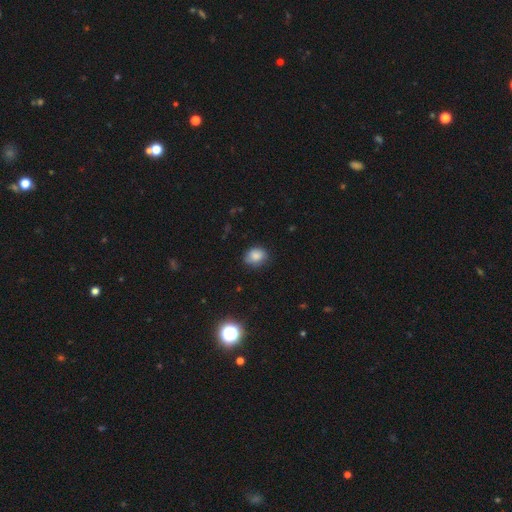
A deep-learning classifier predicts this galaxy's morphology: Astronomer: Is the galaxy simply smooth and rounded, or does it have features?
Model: smooth — 84%.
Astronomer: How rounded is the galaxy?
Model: round — 55% (runner-up: in between, 44%).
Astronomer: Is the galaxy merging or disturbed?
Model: none — 76%.